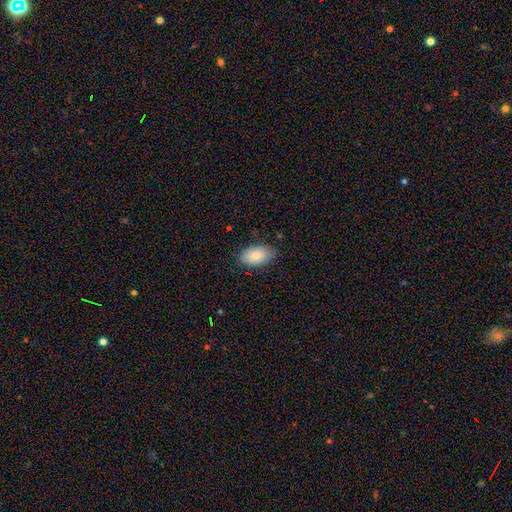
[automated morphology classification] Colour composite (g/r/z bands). It shows a smooth galaxy with no disk features (82%) that is in between round and cigar-shaped (94%). Merging: none (82%).